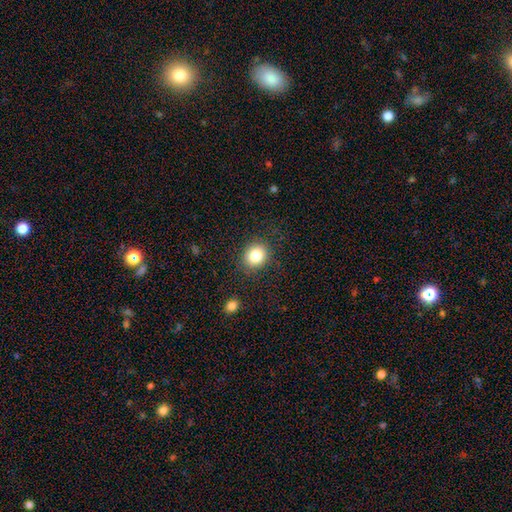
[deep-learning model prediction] smooth-or-featured: smooth: 82% | star or artifact: 10% | featured or disk: 7%
  how-rounded: round: 74% | in between: 26% | cigar-shaped: 1%
  merging: none: 86% | minor disturbance: 9% | major disturbance: 3% | merger: 1%